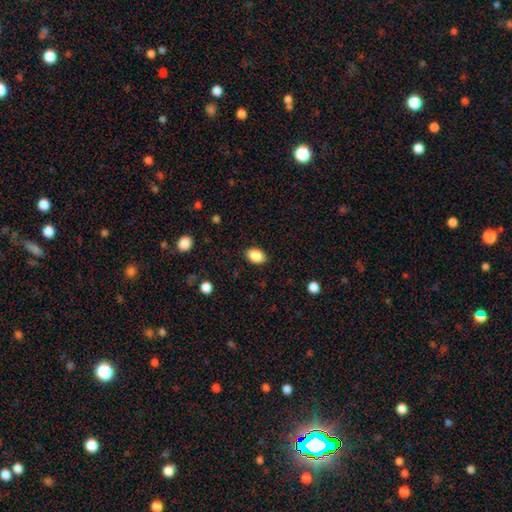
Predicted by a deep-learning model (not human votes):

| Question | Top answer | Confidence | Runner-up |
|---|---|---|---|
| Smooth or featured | smooth | 88% | star or artifact (8%) |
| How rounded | in between | 84% | round (15%) |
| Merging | none | 86% | minor disturbance (11%) |